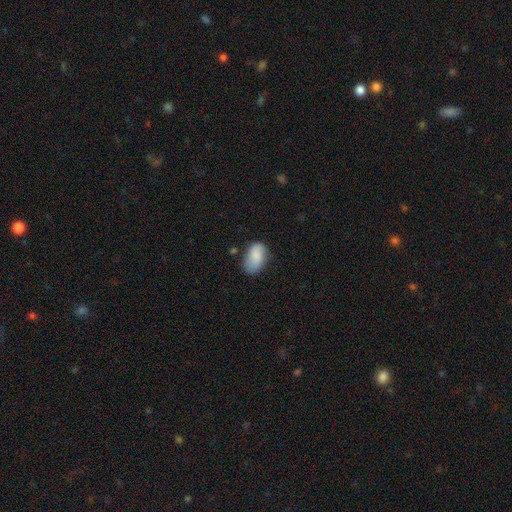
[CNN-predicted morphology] smooth_or_featured: smooth (p=0.82) [alt: featured or disk p=0.12]
how_rounded: in between (p=0.92) [alt: round p=0.06]
merging: none (p=0.66) [alt: minor disturbance p=0.26]